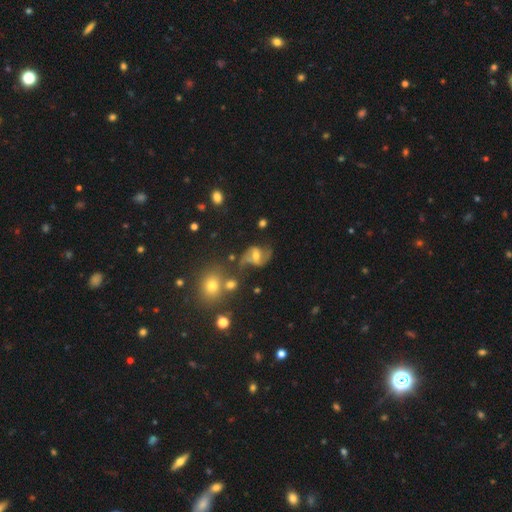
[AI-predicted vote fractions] Smooth or featured?
  - featured or disk: 76% *
  - smooth: 14%
  - star or artifact: 9%
Edge-on disk?
  - no: 97% *
  - yes: 3%
Bar?
  - weak: 49% *
  - strong: 28%
  - no: 23%
Spiral arms?
  - yes: 91% *
  - no: 9%
Spiral winding?
  - loose: 51% *
  - medium: 40%
  - tight: 9%
Spiral arm count?
  - 2: 89% *
  - can't tell: 4%
  - 1: 3%
  - 3: 2%
  - 4: 1%
  - more than 4: 1%
Bulge size?
  - moderate: 62% *
  - small: 26%
  - large: 7%
  - none: 3%
  - dominant: 1%
Merging?
  - none: 59% *
  - minor disturbance: 19%
  - major disturbance: 14%
  - merger: 8%